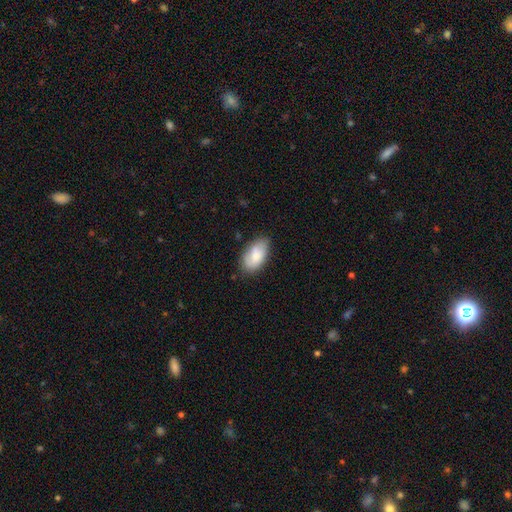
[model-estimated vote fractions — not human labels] Smooth or featured: smooth — 75% (featured or disk — 19%)
How rounded: in between — 94% (round — 4%)
Merging: none — 72% (minor disturbance — 22%)